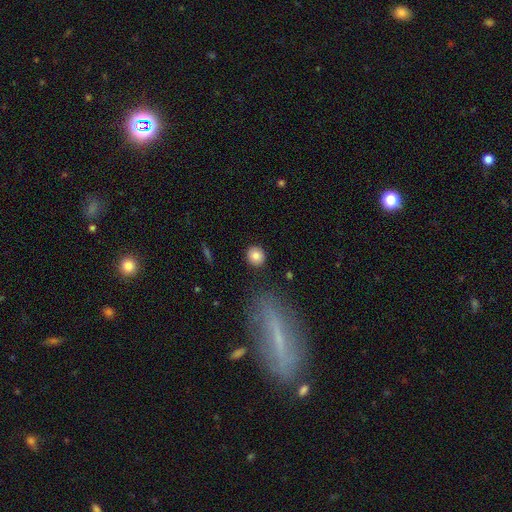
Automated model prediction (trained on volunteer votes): Q: Smooth or featured?
A: smooth (83%); runner-up: star or artifact (9%)
Q: How rounded?
A: round (88%); runner-up: in between (11%)
Q: Merging?
A: none (90%); runner-up: minor disturbance (7%)